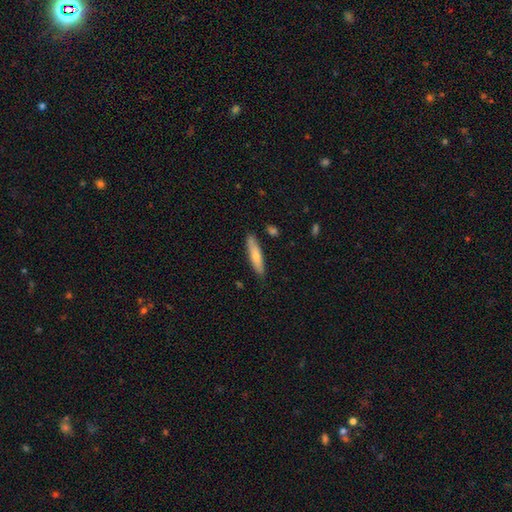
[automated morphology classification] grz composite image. It shows a smooth galaxy with no disk features (72%) that is cigar-shaped (81%). Merging: none (85%).